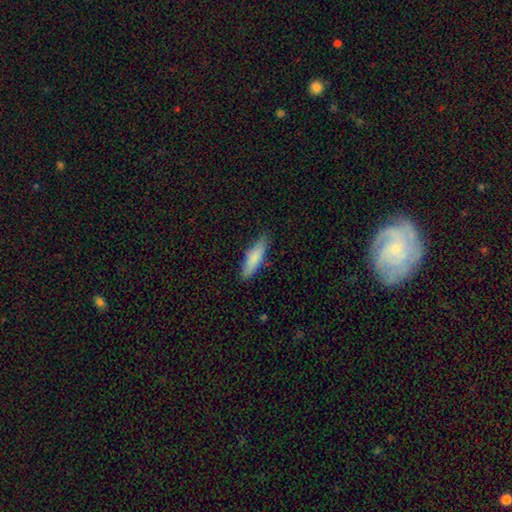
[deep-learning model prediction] This is clearly a smooth galaxy (81%). How rounded: possibly cigar-shaped (54%). Merging: clearly none (81%).